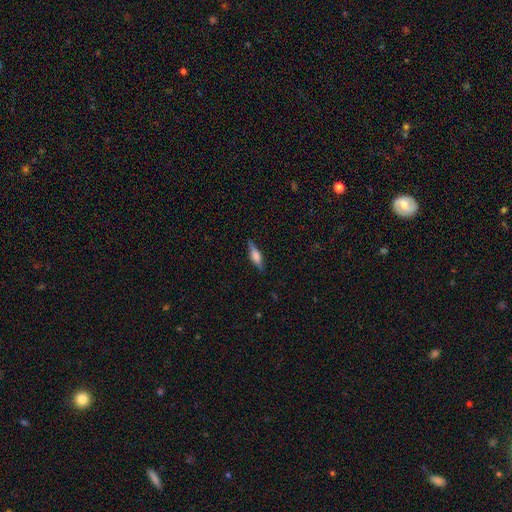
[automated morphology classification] Smooth or featured: smooth — 51% (featured or disk — 42%)
How rounded: cigar-shaped — 59% (in between — 39%)
Merging: none — 84% (minor disturbance — 12%)